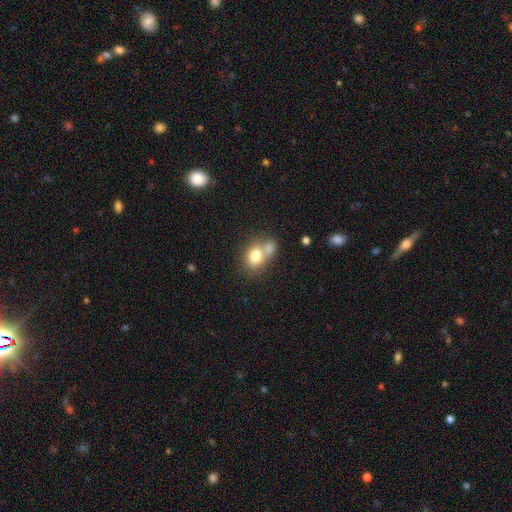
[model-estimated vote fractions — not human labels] Smooth or featured? smooth (76%)
How rounded? in between (68%)
Merging? merger (48%)